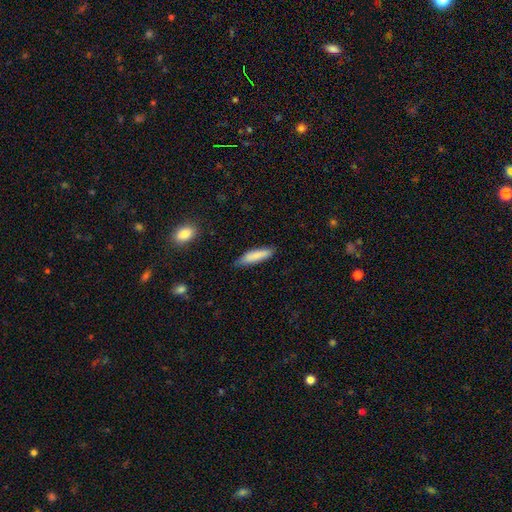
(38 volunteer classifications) A smooth galaxy with no disk features (95%) that is cigar-shaped (61%). Merging: none (89%).